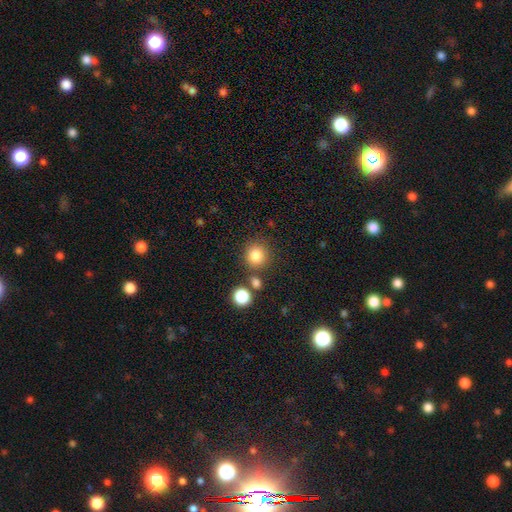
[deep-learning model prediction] A smooth galaxy with no disk features (81%) that is round (91%).

Vote fractions:
- Smooth or featured? smooth: 81% / star or artifact: 13% / featured or disk: 6%
- How rounded? round: 91% / in between: 8% / cigar-shaped: 1%
- Merging? none: 79% / merger: 9% / minor disturbance: 9% / major disturbance: 3%